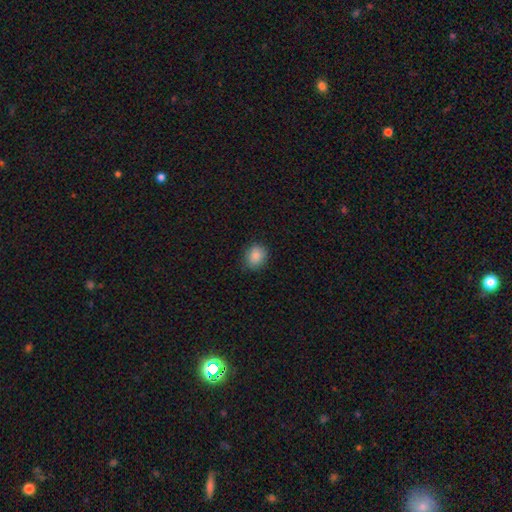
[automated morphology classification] A smooth galaxy with no disk features (87%) that is round (64%). Merging: none (85%).